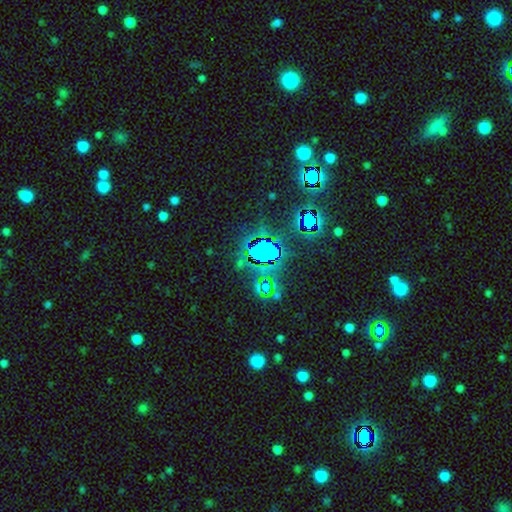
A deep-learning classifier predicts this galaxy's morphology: star or artifact 74%, smooth 16%, featured or disk 10%.